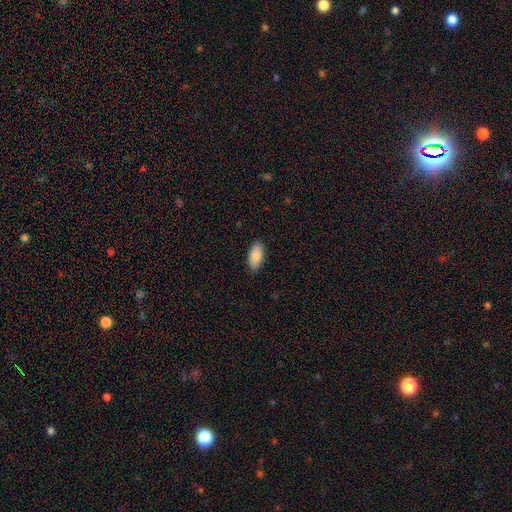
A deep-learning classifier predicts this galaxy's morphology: Smooth or featured: smooth — 87% (featured or disk — 7%)
How rounded: in between — 91% (cigar-shaped — 7%)
Merging: none — 88% (minor disturbance — 10%)